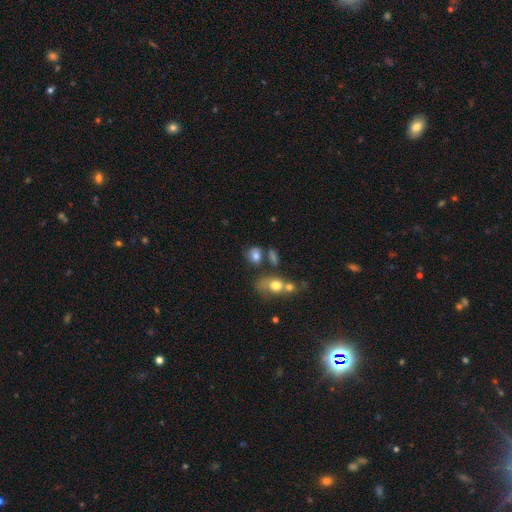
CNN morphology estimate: smooth-or-featured: smooth: 74% | featured or disk: 15% | star or artifact: 12%
  how-rounded: in between: 52% | round: 46% | cigar-shaped: 2%
  merging: none: 46% | merger: 22% | minor disturbance: 20% | major disturbance: 13%